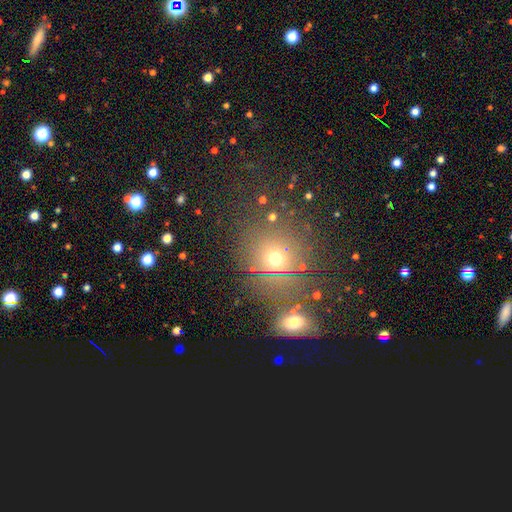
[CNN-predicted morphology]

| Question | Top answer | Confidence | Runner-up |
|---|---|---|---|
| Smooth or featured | smooth | 47% | star or artifact (39%) |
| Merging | none | 66% | merger (19%) |